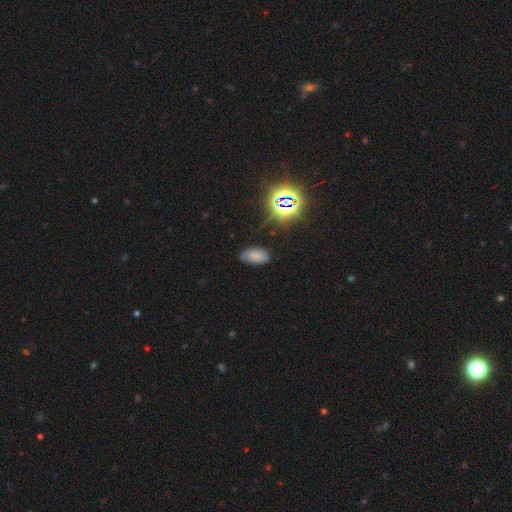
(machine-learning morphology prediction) This appears to be a smooth galaxy with no disk features (67%) that is in between round and cigar-shaped (93%). Merging: none (70%).